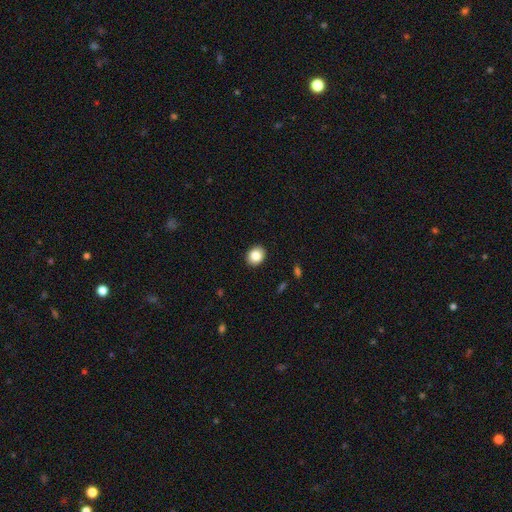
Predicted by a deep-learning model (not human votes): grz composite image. It shows a smooth galaxy with no disk features (85%) that is round (55%). Merging: none (91%).